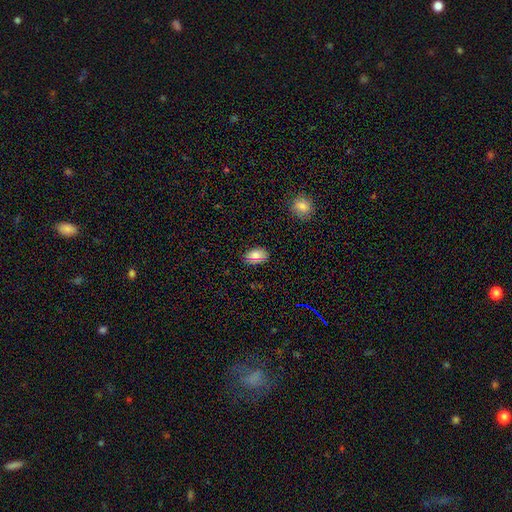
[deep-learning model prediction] Q: Smooth or featured?
A: smooth (83%); runner-up: featured or disk (9%)
Q: How rounded?
A: in between (90%); runner-up: round (9%)
Q: Merging?
A: none (82%); runner-up: minor disturbance (14%)